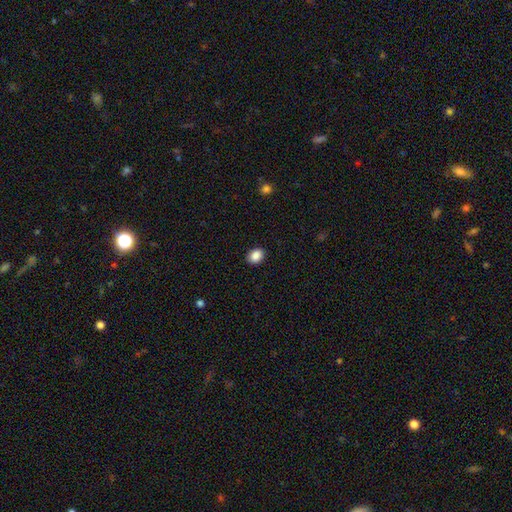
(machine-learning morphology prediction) Smooth or featured? Predicted: smooth (p=0.88). How rounded? Predicted: in between (p=0.62). Merging? Predicted: none (p=0.90).